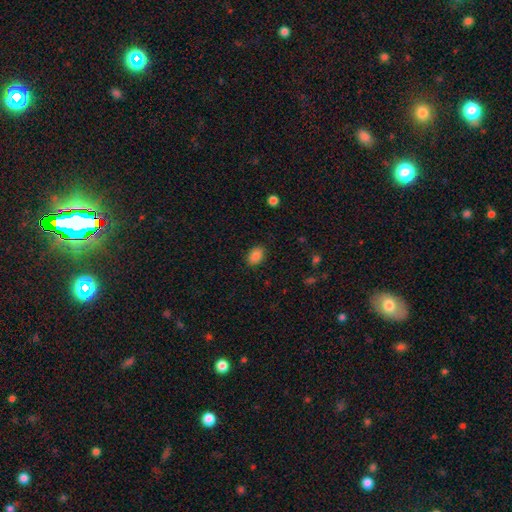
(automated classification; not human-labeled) Morphology: type=smooth (87%); roundness=in between (78%); merging=none (86%).